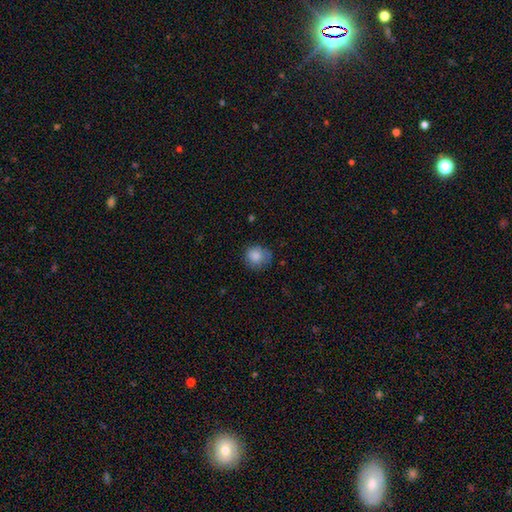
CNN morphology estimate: Overall: smooth (84%). How rounded: round (84%). Merging: none (69%).